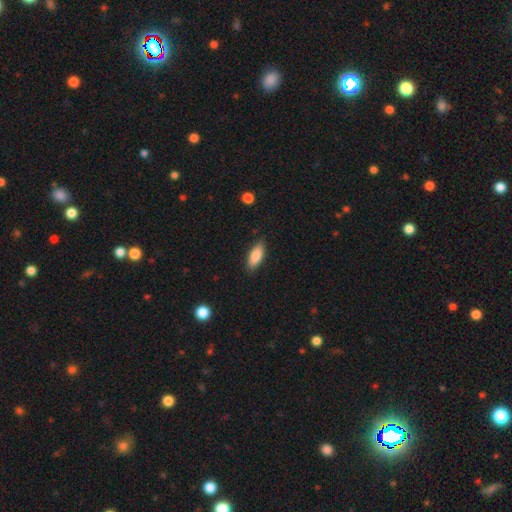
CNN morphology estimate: Overall: smooth (82%). How rounded: in between (77%). Merging: none (86%).